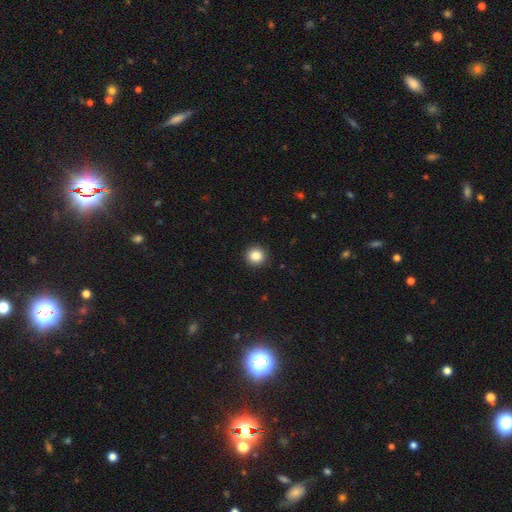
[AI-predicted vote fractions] smooth-or-featured: smooth: 85% | star or artifact: 10% | featured or disk: 5%
  how-rounded: round: 94% | in between: 5% | cigar-shaped: 1%
  merging: none: 93% | minor disturbance: 5% | major disturbance: 2% | merger: 1%